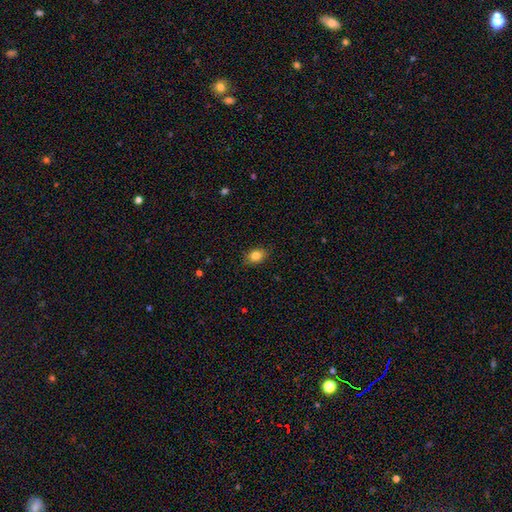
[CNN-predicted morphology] Overall: smooth (83%). How rounded: in between (72%). Merging: none (86%).